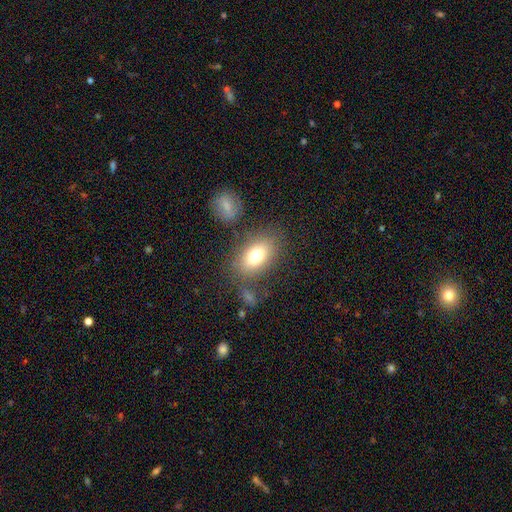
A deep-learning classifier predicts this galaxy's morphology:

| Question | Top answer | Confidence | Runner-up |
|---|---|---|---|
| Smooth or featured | smooth | 76% | featured or disk (15%) |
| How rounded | in between | 84% | round (14%) |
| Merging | none | 73% | minor disturbance (14%) |